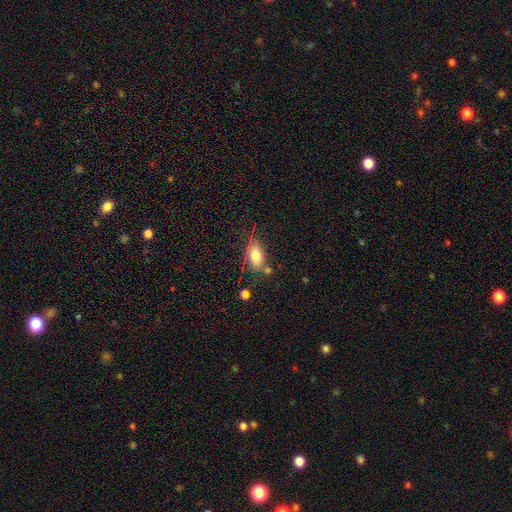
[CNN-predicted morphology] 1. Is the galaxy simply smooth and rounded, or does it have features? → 77% smooth, 13% featured or disk, 10% star or artifact.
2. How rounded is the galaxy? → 87% in between, 9% round, 4% cigar-shaped.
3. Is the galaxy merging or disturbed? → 65% none, 19% minor disturbance, 10% merger, 6% major disturbance.